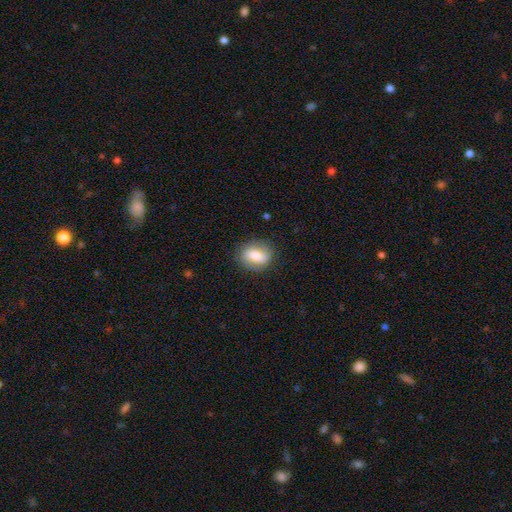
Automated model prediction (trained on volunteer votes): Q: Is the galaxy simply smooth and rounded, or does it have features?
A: smooth — 69%.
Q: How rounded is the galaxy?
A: in between — 64%.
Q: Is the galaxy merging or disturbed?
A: none — 82%.